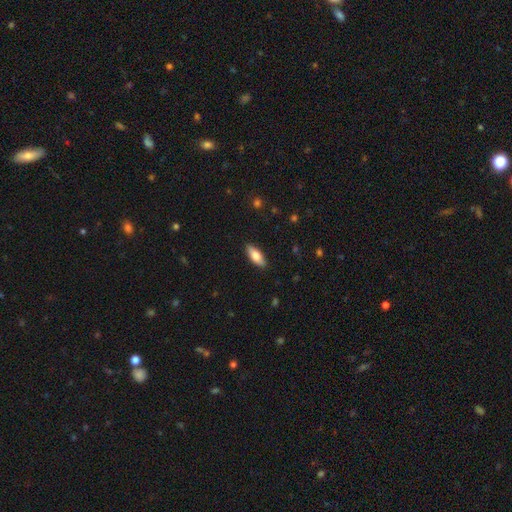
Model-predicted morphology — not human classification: Smooth or featured: smooth — 76% (featured or disk — 19%)
How rounded: in between — 74% (cigar-shaped — 24%)
Merging: none — 88% (minor disturbance — 9%)